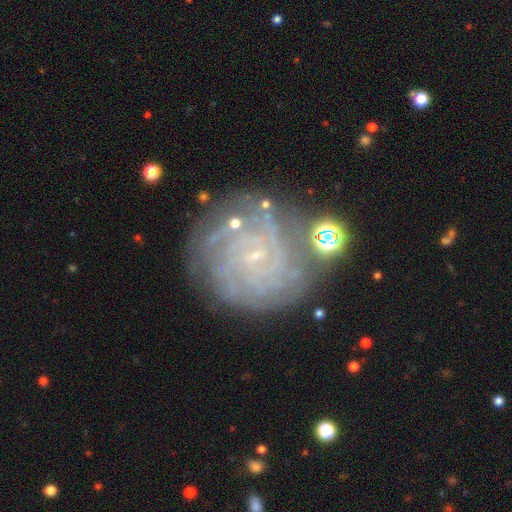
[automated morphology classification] featured or disk 83%, smooth 9%, star or artifact 9%. Down the decision tree: edge-on disk — no (98%); bar — no (63%); spiral arms — yes (96%); spiral arm count — can't tell (30%); spiral winding — tight (80%); bulge size — small (85%); merging — none (74%).